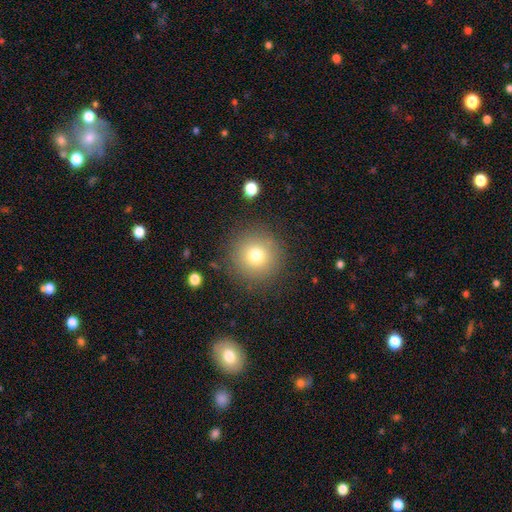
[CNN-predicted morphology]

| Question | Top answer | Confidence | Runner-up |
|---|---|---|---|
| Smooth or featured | smooth | 75% | star or artifact (14%) |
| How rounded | round | 96% | in between (3%) |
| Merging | none | 88% | minor disturbance (7%) |